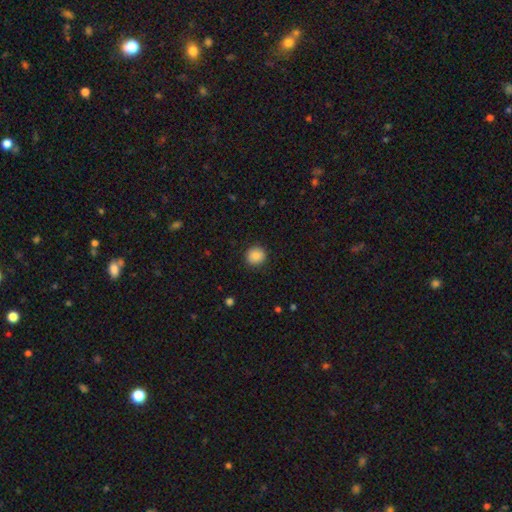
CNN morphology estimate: Smooth or featured? Predicted: smooth (p=0.86). How rounded? Predicted: round (p=0.91). Merging? Predicted: none (p=0.90).